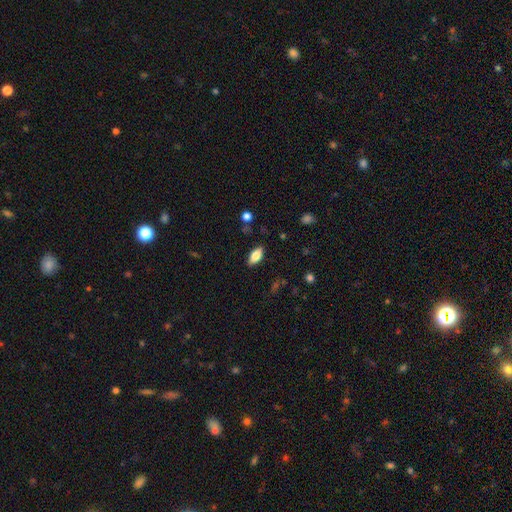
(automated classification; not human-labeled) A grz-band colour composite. It shows a smooth galaxy with no disk features (75%) that is in between round and cigar-shaped (86%). Merging: none (86%).